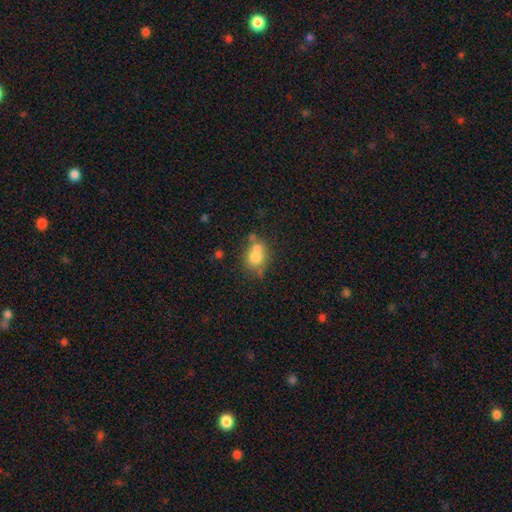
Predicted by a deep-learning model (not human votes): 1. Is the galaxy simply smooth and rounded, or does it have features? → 73% smooth, 16% featured or disk, 12% star or artifact.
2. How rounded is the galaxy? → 58% round, 41% in between, 1% cigar-shaped.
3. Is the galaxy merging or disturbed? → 42% none, 36% merger, 15% minor disturbance, 6% major disturbance.